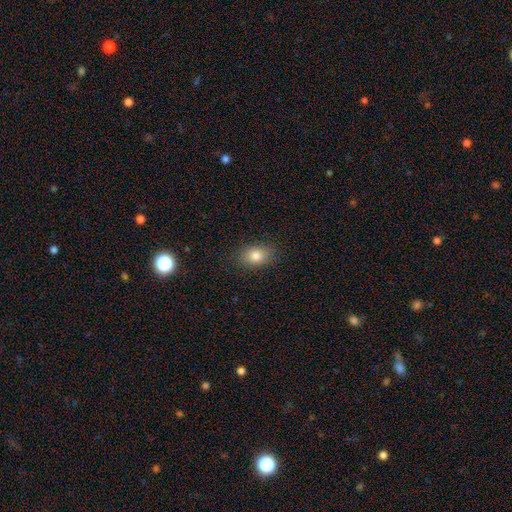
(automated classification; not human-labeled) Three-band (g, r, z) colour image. It shows a smooth galaxy with no disk features (83%) that is in between round and cigar-shaped (75%). Merging: none (86%).